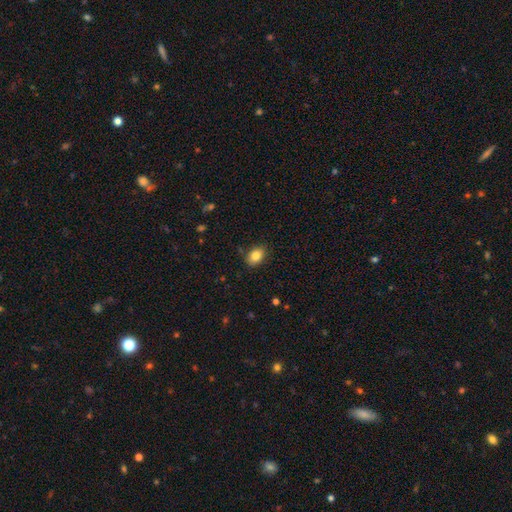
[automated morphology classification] This is clearly a smooth galaxy (84%). How rounded: likely in between (78%). Merging: clearly none (86%).